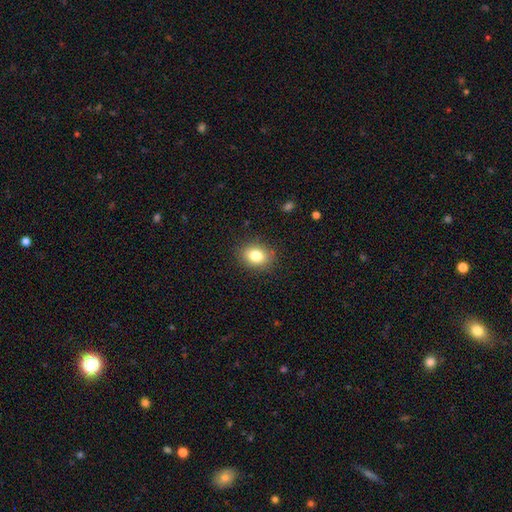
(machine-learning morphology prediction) Smooth or featured?
  - smooth: 81% *
  - star or artifact: 10%
  - featured or disk: 9%
How rounded?
  - in between: 61% *
  - round: 38%
  - cigar-shaped: 1%
Merging?
  - none: 86% *
  - minor disturbance: 10%
  - major disturbance: 3%
  - merger: 1%